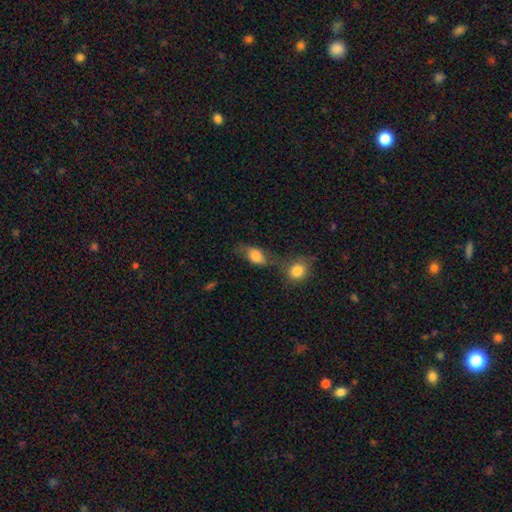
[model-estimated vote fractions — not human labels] Smooth or featured?
  - smooth: 72% *
  - featured or disk: 19%
  - star or artifact: 9%
How rounded?
  - in between: 78% *
  - round: 16%
  - cigar-shaped: 5%
Merging?
  - none: 36% *
  - merger: 32%
  - minor disturbance: 19%
  - major disturbance: 13%